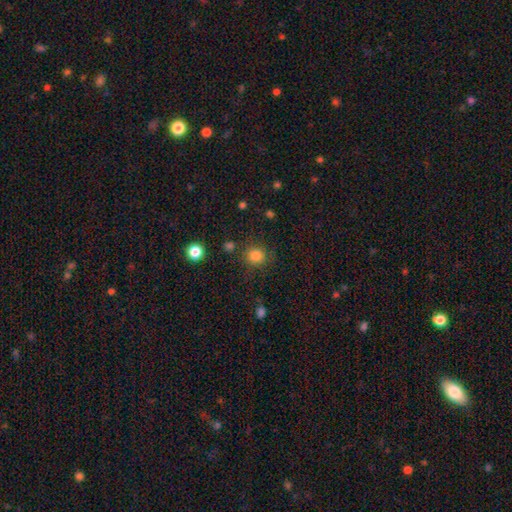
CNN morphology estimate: Smooth or featured: smooth — 83% (star or artifact — 12%)
How rounded: round — 89% (in between — 10%)
Merging: none — 81% (minor disturbance — 11%)